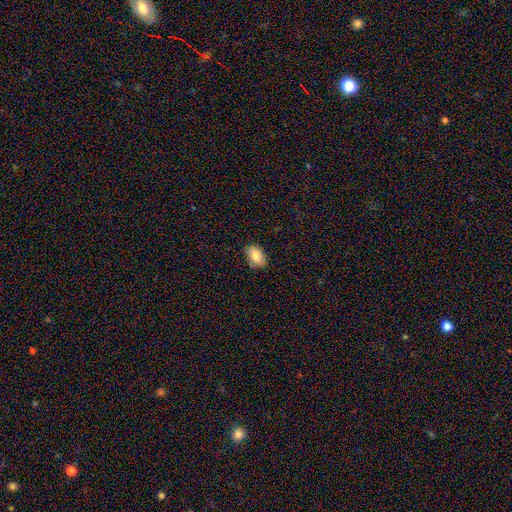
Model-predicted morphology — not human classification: Smooth or featured? Predicted: smooth (p=0.82). How rounded? Predicted: in between (p=0.89). Merging? Predicted: none (p=0.81).